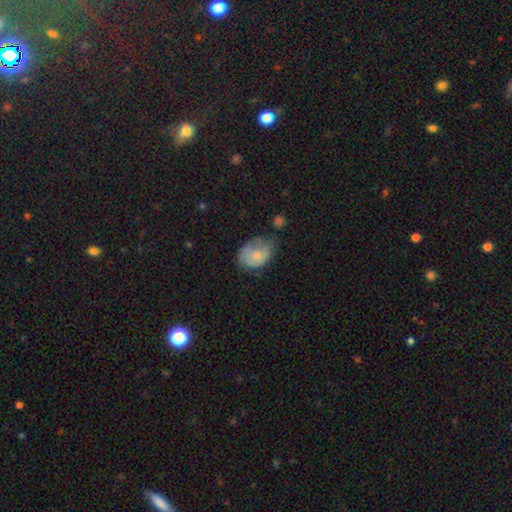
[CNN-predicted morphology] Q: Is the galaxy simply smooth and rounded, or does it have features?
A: smooth — 68%.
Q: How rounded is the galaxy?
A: in between — 72%.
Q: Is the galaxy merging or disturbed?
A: minor disturbance — 39%.